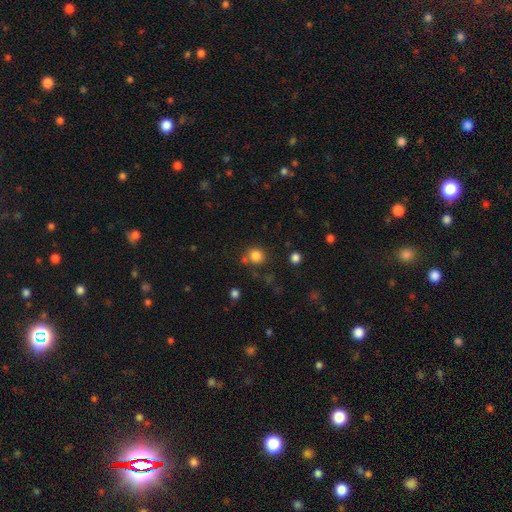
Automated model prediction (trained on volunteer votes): Morphology: type=smooth (83%); roundness=round (88%); merging=none (73%).